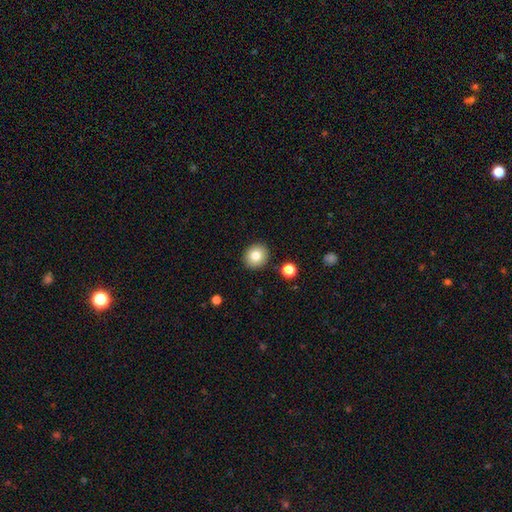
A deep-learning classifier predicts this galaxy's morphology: A smooth galaxy with no disk features (80%) that is round (86%).

Vote fractions:
- Smooth or featured? smooth: 80% / star or artifact: 10% / featured or disk: 10%
- How rounded? round: 86% / in between: 13% / cigar-shaped: 1%
- Merging? none: 90% / minor disturbance: 6% / merger: 2% / major disturbance: 2%